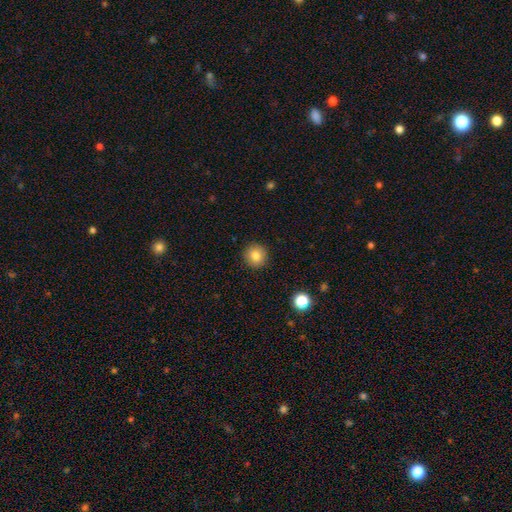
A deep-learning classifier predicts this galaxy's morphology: Smooth or featured? smooth (82%)
How rounded? round (95%)
Merging? none (92%)